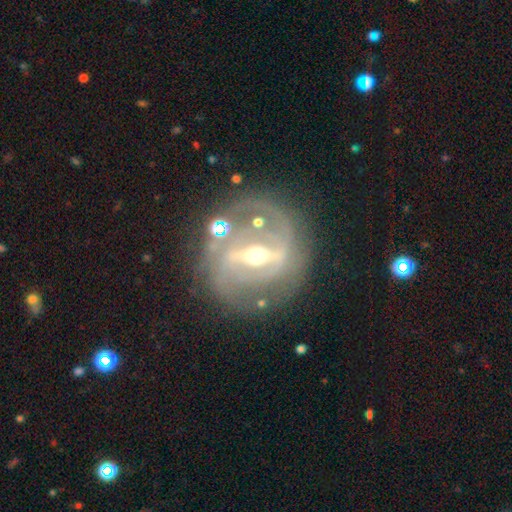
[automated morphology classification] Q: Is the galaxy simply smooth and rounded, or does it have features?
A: featured or disk — 86%.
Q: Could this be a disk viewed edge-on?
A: no — 87%.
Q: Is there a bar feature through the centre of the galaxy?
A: strong — 77%.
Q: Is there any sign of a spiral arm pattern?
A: yes — 72%.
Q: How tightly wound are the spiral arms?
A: tight — 54%.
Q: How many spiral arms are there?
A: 2 — 48%.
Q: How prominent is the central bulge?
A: moderate — 66%.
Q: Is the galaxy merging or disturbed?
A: none — 71%.